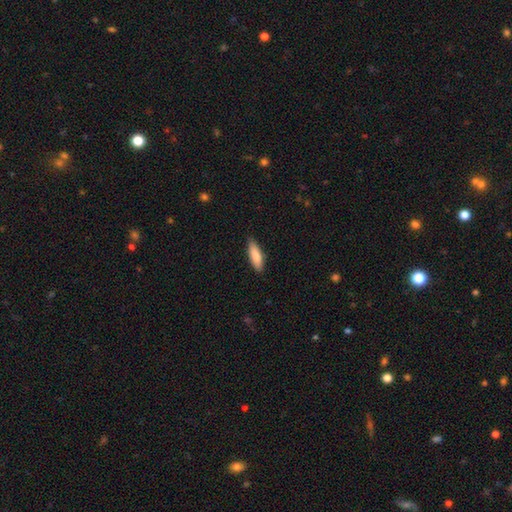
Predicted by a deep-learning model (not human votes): smooth-or-featured: smooth: 85% | featured or disk: 9% | star or artifact: 5%
  how-rounded: cigar-shaped: 51% | in between: 48% | round: 2%
  merging: none: 84% | minor disturbance: 13% | major disturbance: 2% | merger: 1%